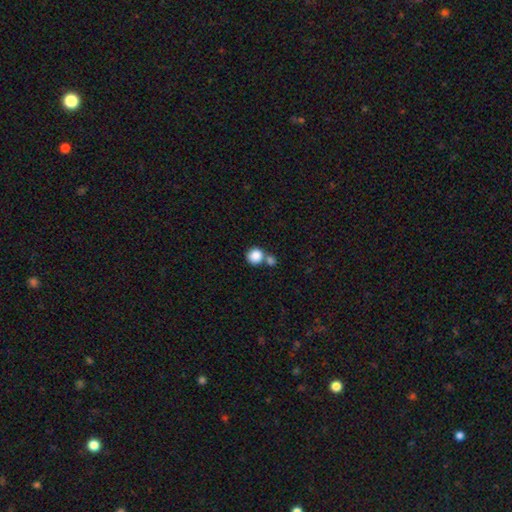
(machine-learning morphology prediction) smooth 86%, star or artifact 9%, featured or disk 5%. Down the decision tree: how rounded — round (87%); merging — none (50%).